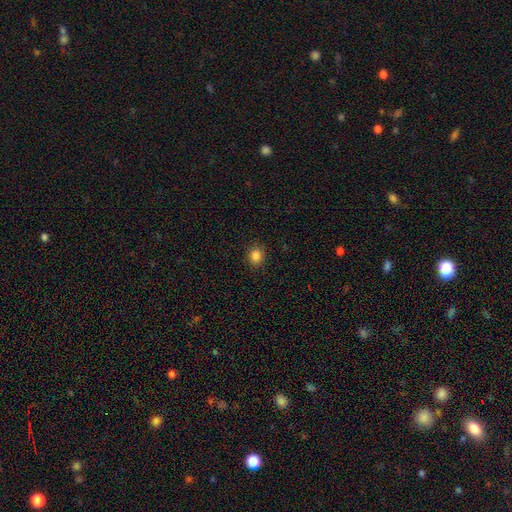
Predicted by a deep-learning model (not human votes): This appears to be a smooth galaxy with no disk features (84%) that is round (73%). Merging: none (90%).